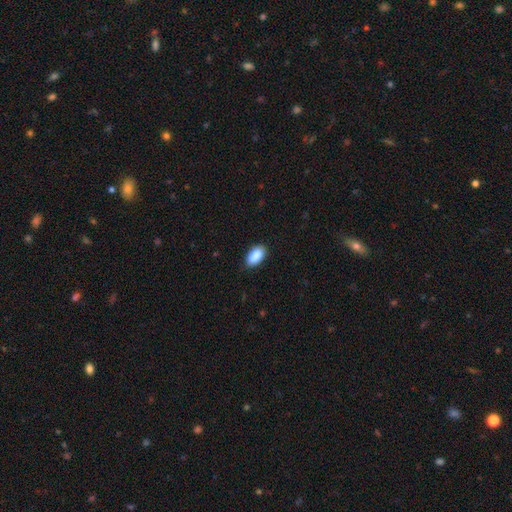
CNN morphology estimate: Q: Smooth or featured?
A: smooth (89%); runner-up: star or artifact (7%)
Q: How rounded?
A: in between (93%); runner-up: round (4%)
Q: Merging?
A: none (81%); runner-up: minor disturbance (15%)